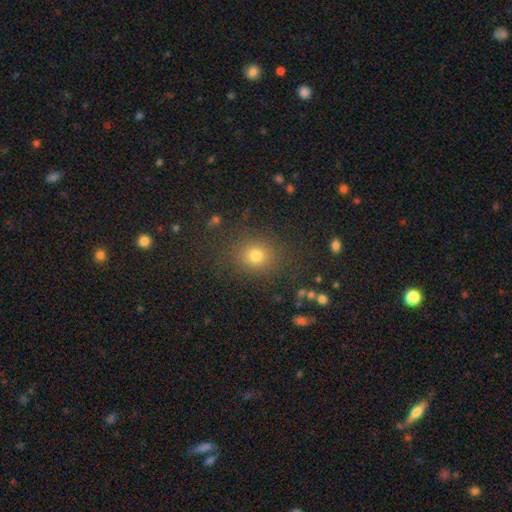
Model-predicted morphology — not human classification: This appears to be a smooth galaxy with no disk features (74%) that is round (81%). Merging: none (85%).